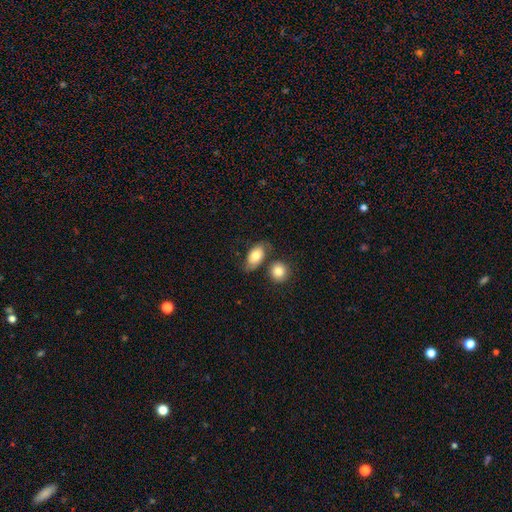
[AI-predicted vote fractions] Smooth or featured? Predicted: smooth (p=0.72). How rounded? Predicted: in between (p=0.87). Merging? Predicted: none (p=0.56).